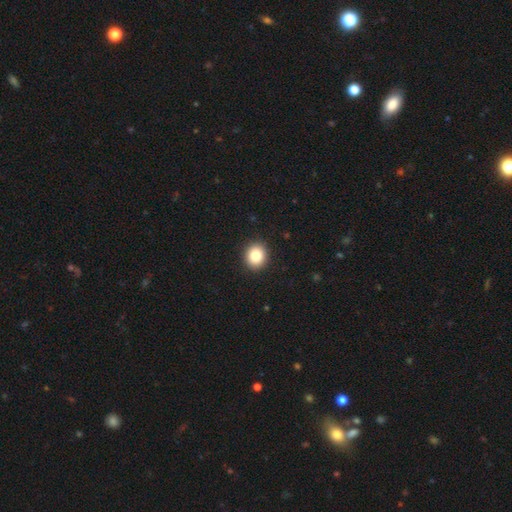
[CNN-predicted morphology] A smooth galaxy with no disk features (85%) that is round (73%). Merging: none (92%).